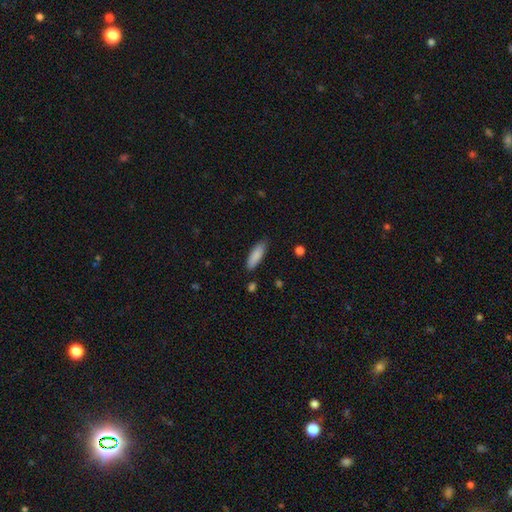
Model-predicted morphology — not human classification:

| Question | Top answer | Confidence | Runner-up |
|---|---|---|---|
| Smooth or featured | smooth | 87% | featured or disk (7%) |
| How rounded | cigar-shaped | 51% | in between (48%) |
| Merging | none | 85% | minor disturbance (12%) |